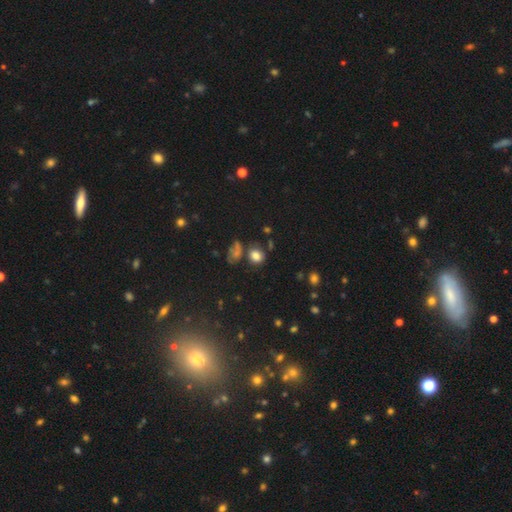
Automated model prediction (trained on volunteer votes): Smooth or featured?
  - smooth: 77% *
  - star or artifact: 15%
  - featured or disk: 8%
How rounded?
  - round: 62% *
  - in between: 37%
  - cigar-shaped: 1%
Merging?
  - none: 65% *
  - minor disturbance: 16%
  - merger: 12%
  - major disturbance: 7%